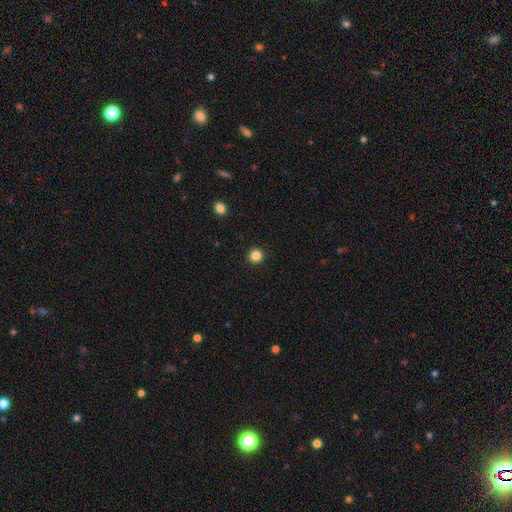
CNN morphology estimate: smooth_or_featured: smooth (p=0.85) [alt: star or artifact p=0.12]
how_rounded: round (p=0.94) [alt: in between p=0.05]
merging: none (p=0.93) [alt: minor disturbance p=0.04]